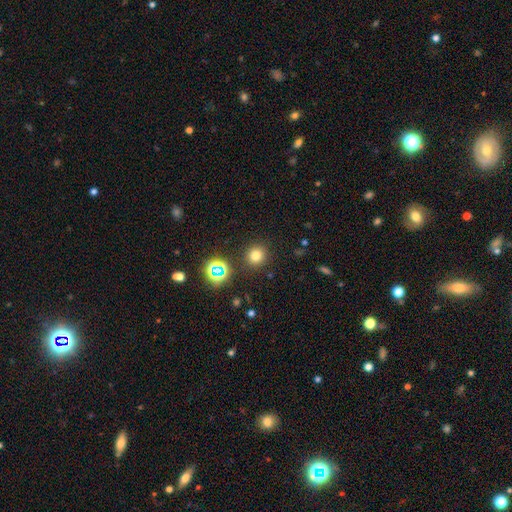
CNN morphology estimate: smooth_or_featured: smooth (p=0.73) [alt: star or artifact p=0.20]
how_rounded: round (p=0.90) [alt: in between p=0.09]
merging: none (p=0.88) [alt: minor disturbance p=0.06]